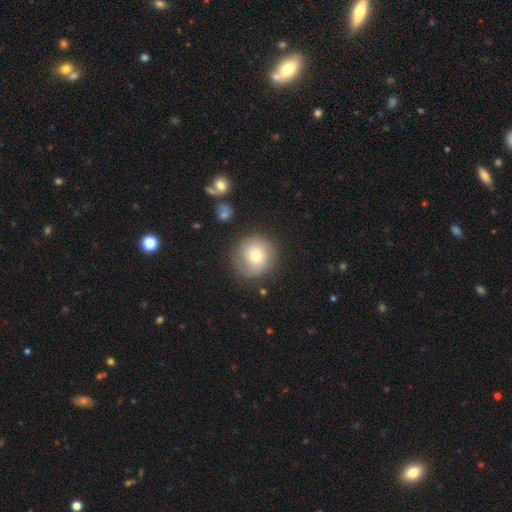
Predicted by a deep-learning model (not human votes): This appears to be a smooth galaxy with no disk features (63%) that is round (91%). Merging: none (78%).